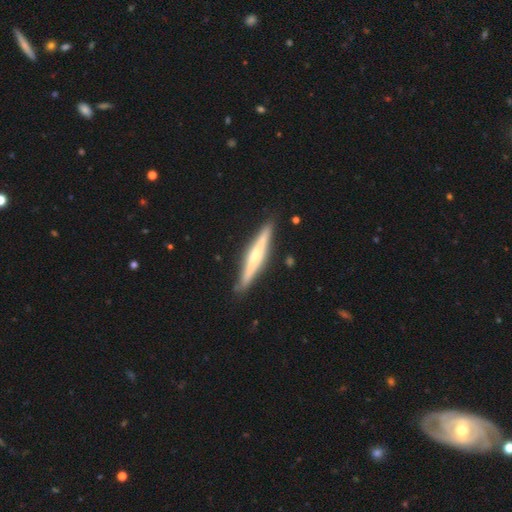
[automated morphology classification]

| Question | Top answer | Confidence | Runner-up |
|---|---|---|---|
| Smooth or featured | featured or disk | 61% | smooth (34%) |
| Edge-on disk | yes | 97% | no (3%) |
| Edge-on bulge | rounded | 61% | none (25%) |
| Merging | none | 89% | minor disturbance (8%) |